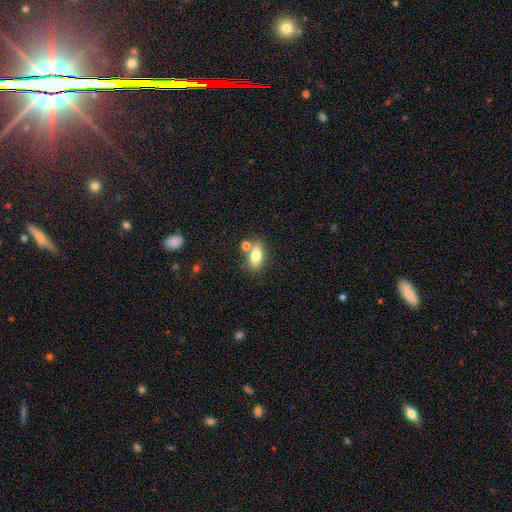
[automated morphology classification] A smooth galaxy with no disk features (75%) that is in between round and cigar-shaped (83%).

Vote fractions:
- Smooth or featured? smooth: 75% / featured or disk: 16% / star or artifact: 8%
- How rounded? in between: 83% / cigar-shaped: 10% / round: 7%
- Merging? none: 67% / merger: 17% / minor disturbance: 13% / major disturbance: 4%